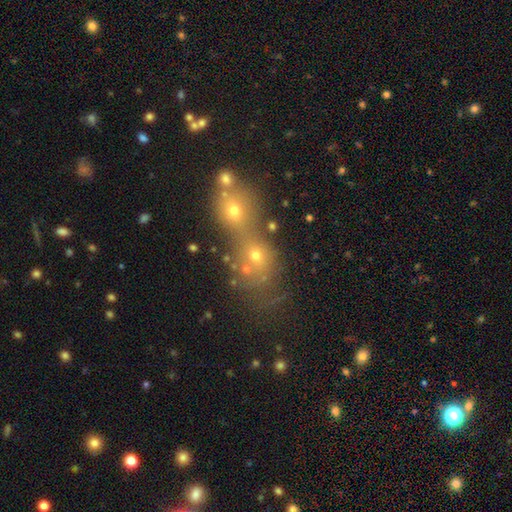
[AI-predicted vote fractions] smooth_or_featured: smooth (p=0.61) [alt: star or artifact p=0.21]
how_rounded: round (p=0.64) [alt: in between p=0.33]
merging: merger (p=0.64) [alt: none p=0.25]